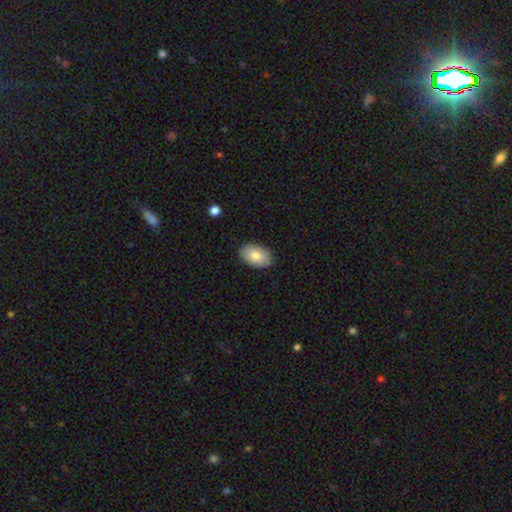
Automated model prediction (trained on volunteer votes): This is clearly a smooth galaxy (81%). How rounded: clearly in between (92%). Merging: clearly none (87%).